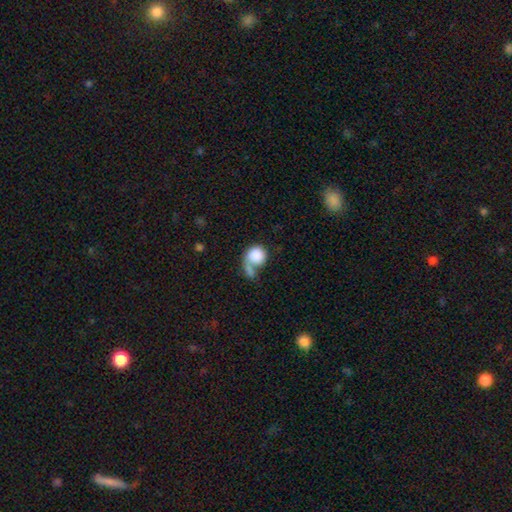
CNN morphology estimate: This is clearly a smooth galaxy (84%). How rounded: clearly round (82%). Merging: marginally merger (39%).